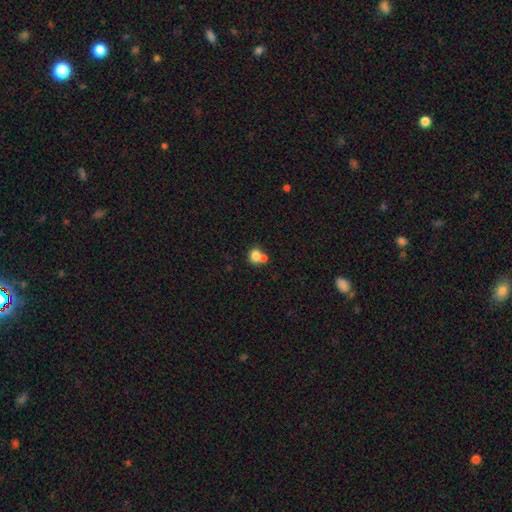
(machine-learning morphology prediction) A smooth galaxy with no disk features (79%) that is round (73%). Merging: merger (50%).